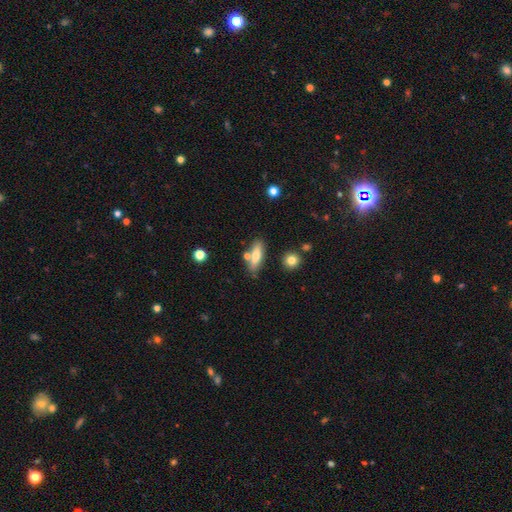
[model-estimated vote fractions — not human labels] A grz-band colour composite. It shows a smooth galaxy with no disk features (64%) that is cigar-shaped (51%). Merging: none (72%).